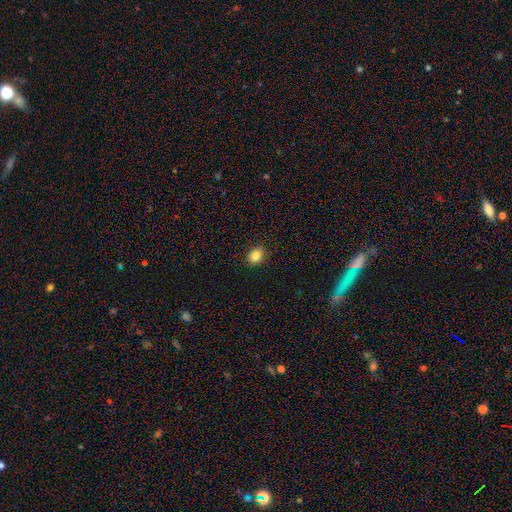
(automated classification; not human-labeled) The model was most divided on "how rounded": in between: 50%, round: 49%, cigar-shaped: 1%. More confident: merging — none (89%); smooth or featured — smooth (84%).